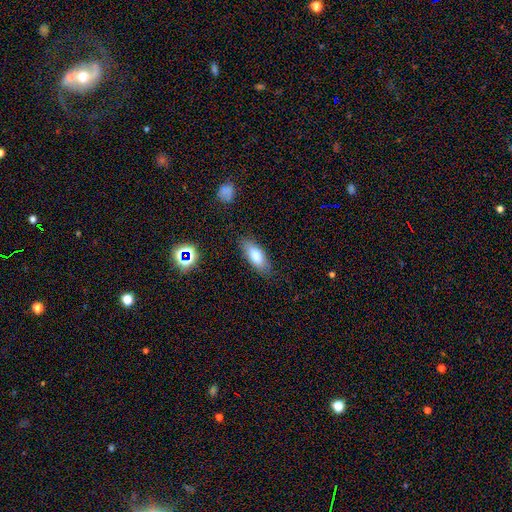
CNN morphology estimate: A smooth galaxy with no disk features (77%) that is in between round and cigar-shaped (76%). Merging: none (82%).